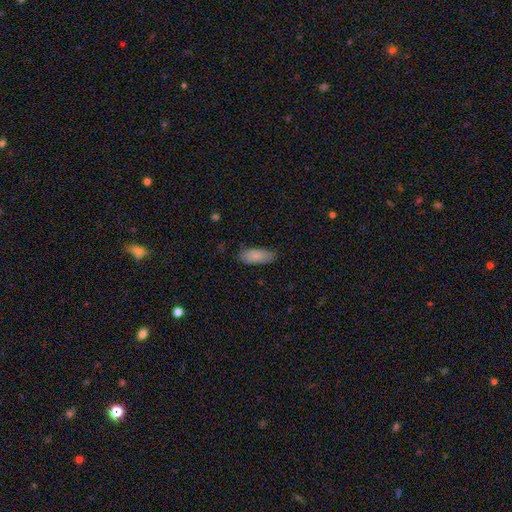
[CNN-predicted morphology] smooth-or-featured: smooth: 83% | featured or disk: 10% | star or artifact: 6%
  how-rounded: in between: 81% | cigar-shaped: 17% | round: 2%
  merging: none: 81% | minor disturbance: 15% | major disturbance: 3% | merger: 1%